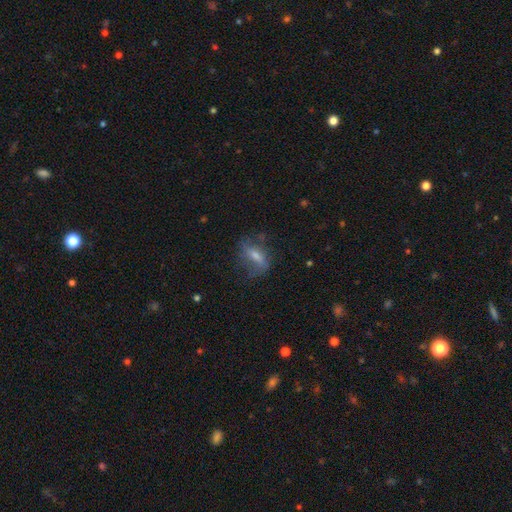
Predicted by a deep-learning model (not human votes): Overall: featured or disk (49%; smooth 39%). Merging: none (61%; minor disturbance 23%).